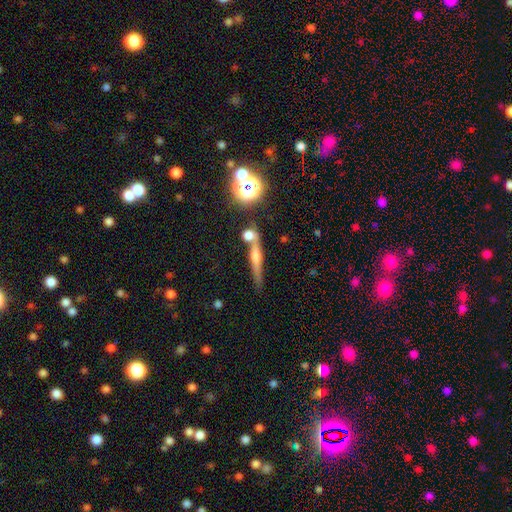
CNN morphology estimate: A featured or disk galaxy (50%) viewed edge-on (91%).

Vote fractions:
- Smooth or featured? featured or disk: 50% / smooth: 31% / star or artifact: 19%
- Edge-on disk? yes: 91% / no: 9%
- Merging? none: 70% / merger: 13% / minor disturbance: 12% / major disturbance: 4%